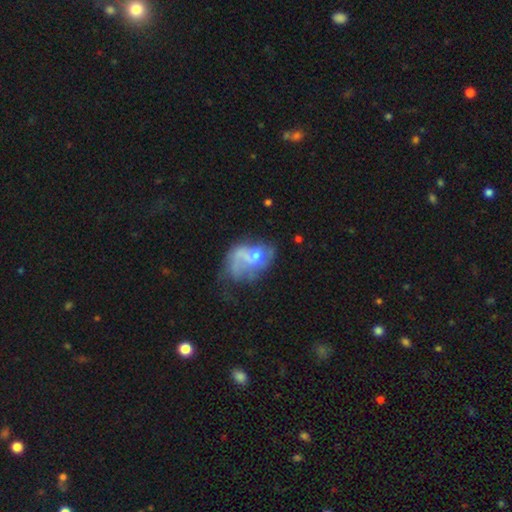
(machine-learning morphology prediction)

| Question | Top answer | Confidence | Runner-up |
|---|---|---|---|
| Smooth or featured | featured or disk | 59% | smooth (29%) |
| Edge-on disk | no | 97% | yes (3%) |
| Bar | no | 74% | weak (21%) |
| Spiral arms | no | 53% | yes (47%) |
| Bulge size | moderate | 44% | small (41%) |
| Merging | major disturbance | 38% | none (25%) |